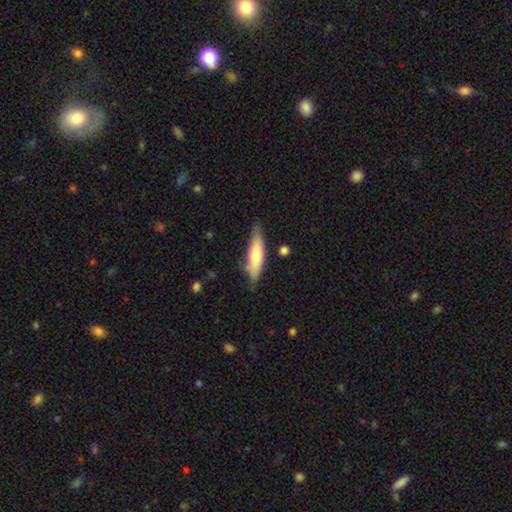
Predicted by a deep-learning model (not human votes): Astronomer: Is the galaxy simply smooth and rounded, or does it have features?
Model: smooth — 65%.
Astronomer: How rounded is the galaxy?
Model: cigar-shaped — 68%.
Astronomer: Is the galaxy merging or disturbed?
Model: none — 74%.